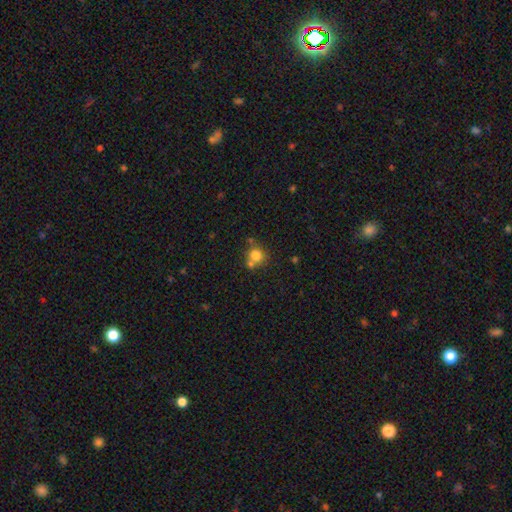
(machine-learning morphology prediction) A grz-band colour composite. It shows a smooth galaxy with no disk features (77%) that is round (86%). Merging: none (55%).